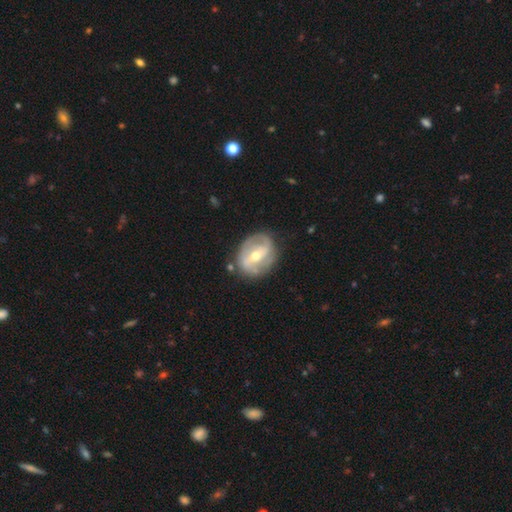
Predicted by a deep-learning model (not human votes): Smooth or featured: featured or disk — 77% (smooth — 18%)
Edge-on disk: no — 96% (yes — 4%)
Bar: weak — 41% (strong — 40%)
Spiral arms: yes — 80% (no — 20%)
Spiral winding: medium — 41% (tight — 38%)
Spiral arm count: 2 — 69% (can't tell — 15%)
Bulge size: moderate — 65% (small — 30%)
Merging: none — 74% (minor disturbance — 17%)